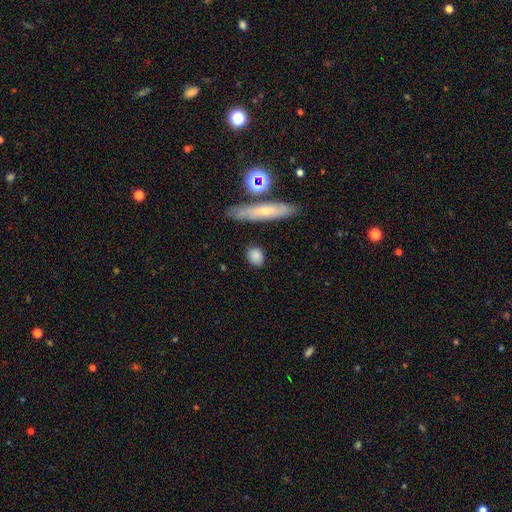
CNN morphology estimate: Q: Smooth or featured?
A: smooth (81%); runner-up: featured or disk (11%)
Q: How rounded?
A: round (44%); tied with: in between (44%)
Q: Merging?
A: none (81%); runner-up: minor disturbance (12%)